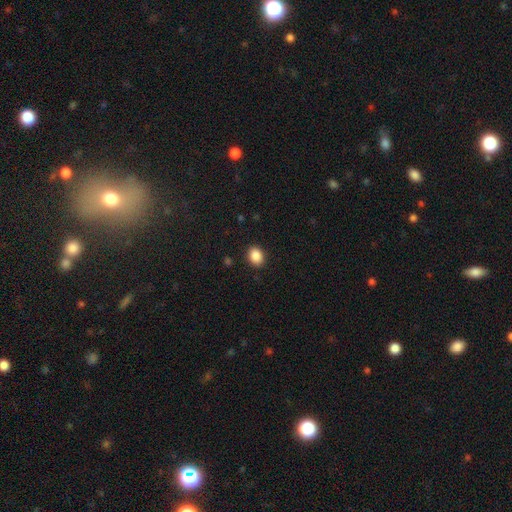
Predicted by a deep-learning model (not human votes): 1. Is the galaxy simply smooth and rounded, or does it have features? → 89% smooth, 8% star or artifact, 3% featured or disk.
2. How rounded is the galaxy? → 58% in between, 41% round, 1% cigar-shaped.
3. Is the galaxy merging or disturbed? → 90% none, 7% minor disturbance, 2% major disturbance, 1% merger.